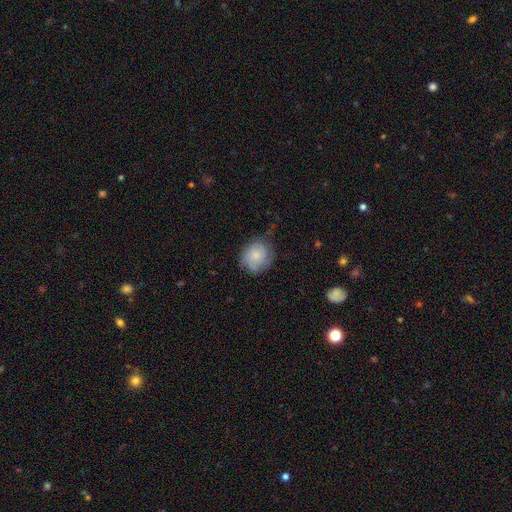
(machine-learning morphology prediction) This is likely a smooth galaxy (62%). How rounded: likely round (78%). Merging: possibly none (59%).